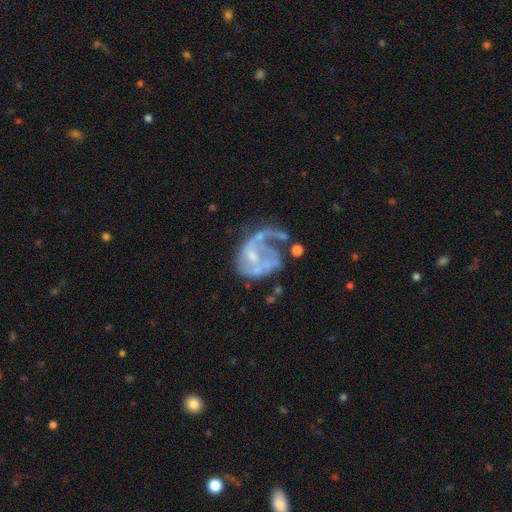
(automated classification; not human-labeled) smooth_or_featured: featured or disk (p=0.76) [alt: smooth p=0.15]
disk_edge_on: no (p=0.98) [alt: yes p=0.02]
bar: no (p=0.61) [alt: weak p=0.31]
has_spiral_arms: yes (p=0.67) [alt: no p=0.33]
bulge_size: small (p=0.47) [alt: none p=0.27]
merging: major disturbance (p=0.46) [alt: none p=0.27]